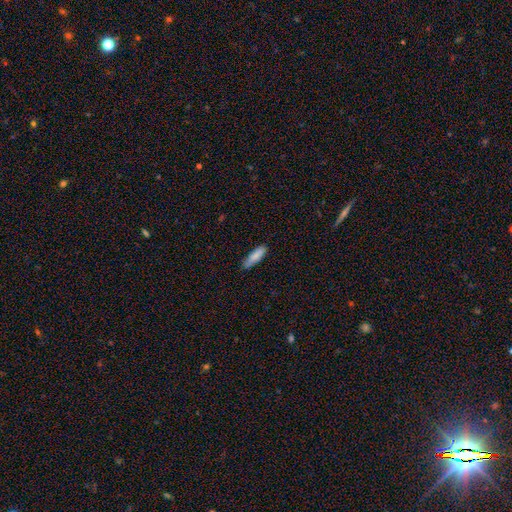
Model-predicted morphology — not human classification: Overall: smooth (84%). How rounded: cigar-shaped (66%; in between 33%). Merging: none (80%).